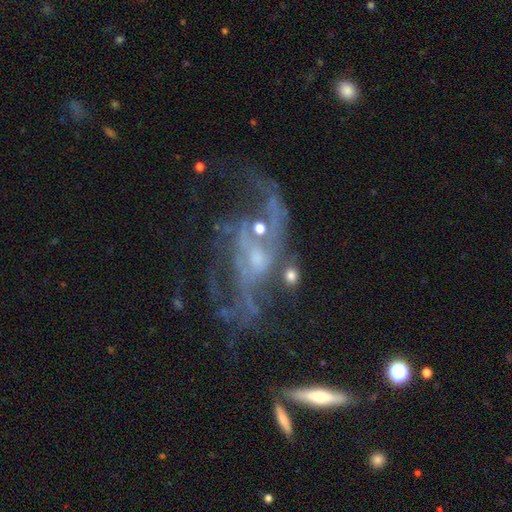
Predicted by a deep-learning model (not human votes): Smooth or featured? featured or disk (82%)
Edge-on disk? no (93%)
Bar? no (55%)
Spiral arms? yes (82%)
Spiral winding? loose (49%)
Spiral arm count? 2 (36%)
Bulge size? small (56%)
Merging? none (36%)